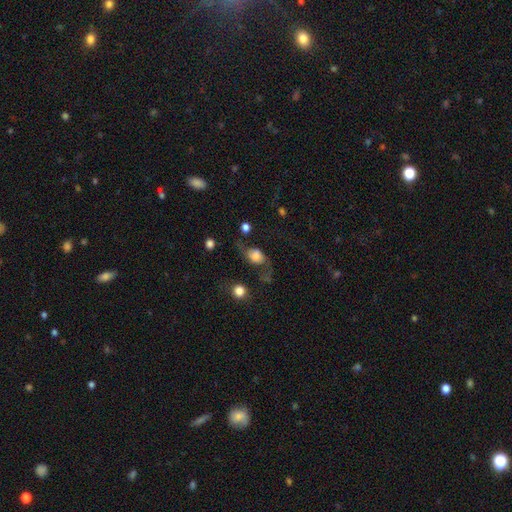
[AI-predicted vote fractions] A smooth galaxy with no disk features (45%, tied with featured or disk).

Vote fractions:
- Smooth or featured? smooth: 45% (tied) / featured or disk: 45% (tied) / star or artifact: 10%
- Merging? none: 44% / major disturbance: 28% / minor disturbance: 21% / merger: 6%